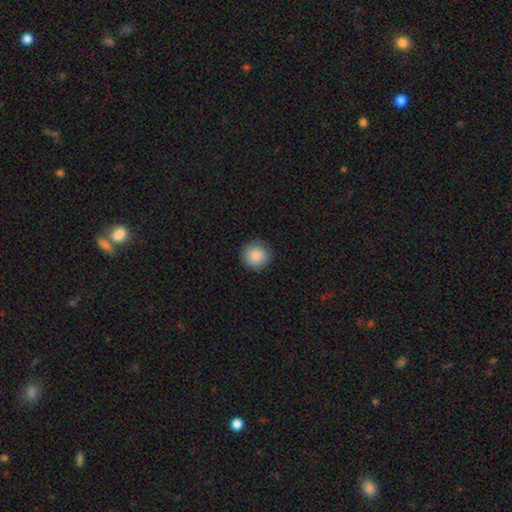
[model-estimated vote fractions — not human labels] Smooth or featured?
  - smooth: 86% *
  - star or artifact: 8%
  - featured or disk: 5%
How rounded?
  - round: 94% *
  - in between: 5%
  - cigar-shaped: 1%
Merging?
  - none: 89% *
  - minor disturbance: 8%
  - major disturbance: 2%
  - merger: 1%